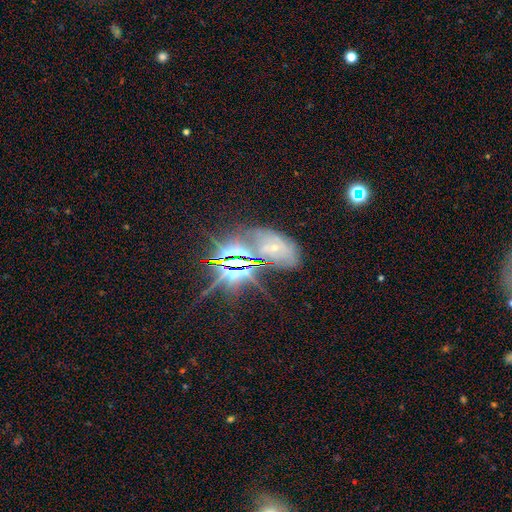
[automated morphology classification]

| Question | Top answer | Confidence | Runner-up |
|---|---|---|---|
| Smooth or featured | star or artifact | 61% | featured or disk (26%) |